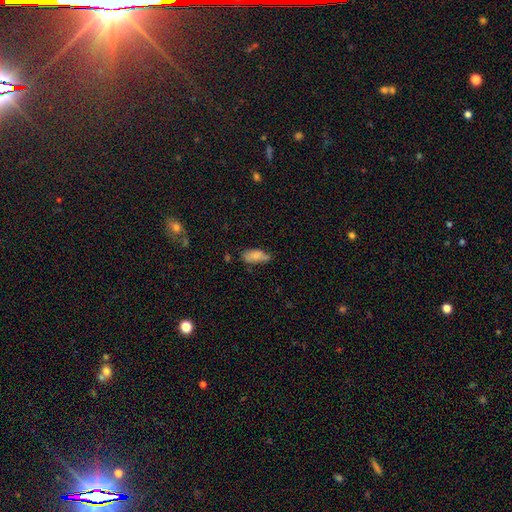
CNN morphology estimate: smooth 79%, featured or disk 14%, star or artifact 8%. Down the decision tree: how rounded — in between (85%); merging — none (54%).